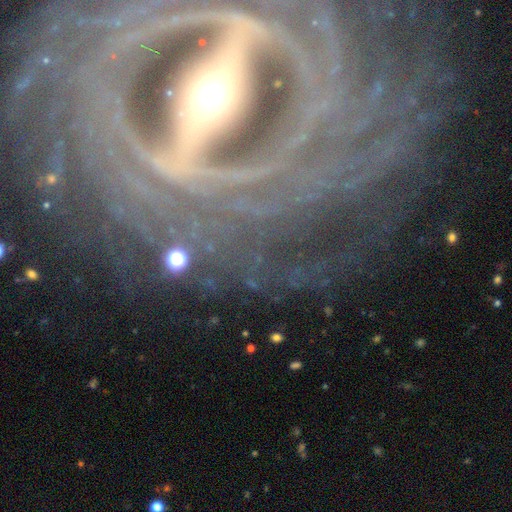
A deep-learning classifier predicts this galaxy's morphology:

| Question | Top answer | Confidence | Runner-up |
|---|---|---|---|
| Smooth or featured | featured or disk | 88% | star or artifact (8%) |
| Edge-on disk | no | 79% | yes (21%) |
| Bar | strong | 80% | weak (11%) |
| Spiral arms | yes | 86% | no (14%) |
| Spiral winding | tight | 78% | medium (16%) |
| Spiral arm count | can't tell | 27% | more than 4 (22%) |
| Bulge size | moderate | 56% | small (28%) |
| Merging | none | 77% | minor disturbance (11%) |